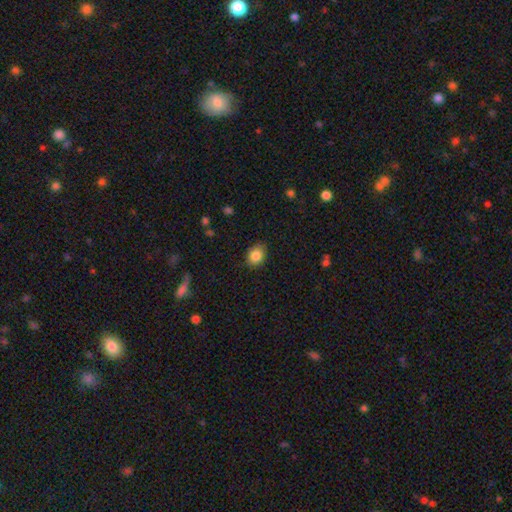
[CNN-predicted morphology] smooth-or-featured: smooth: 85% | star or artifact: 9% | featured or disk: 7%
  how-rounded: in between: 57% | round: 42% | cigar-shaped: 1%
  merging: none: 83% | minor disturbance: 14% | major disturbance: 2% | merger: 1%